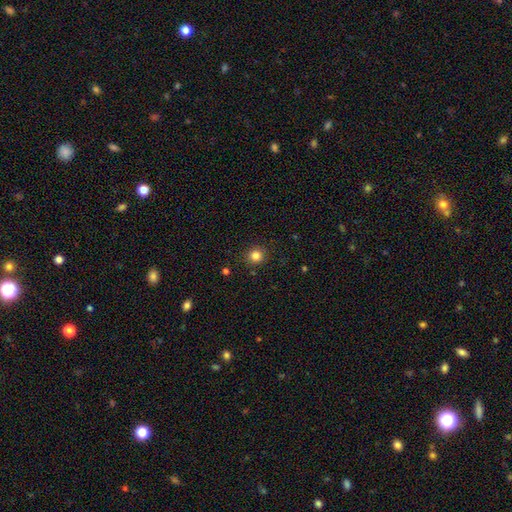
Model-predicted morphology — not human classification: Smooth or featured: smooth — 83% (star or artifact — 13%)
How rounded: round — 92% (in between — 7%)
Merging: none — 90% (minor disturbance — 6%)